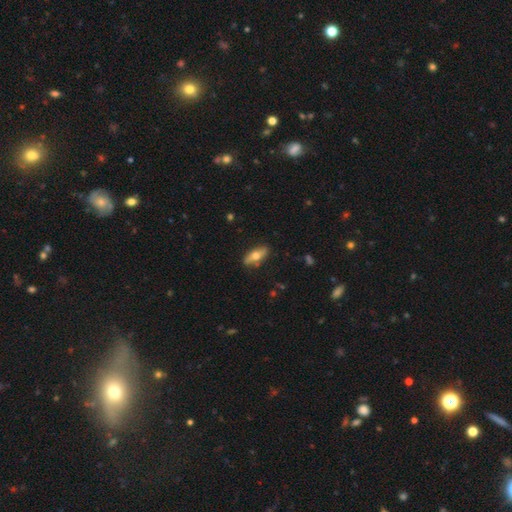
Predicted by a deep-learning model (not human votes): Smooth or featured? smooth (58%)
How rounded? in between (65%)
Merging? none (84%)